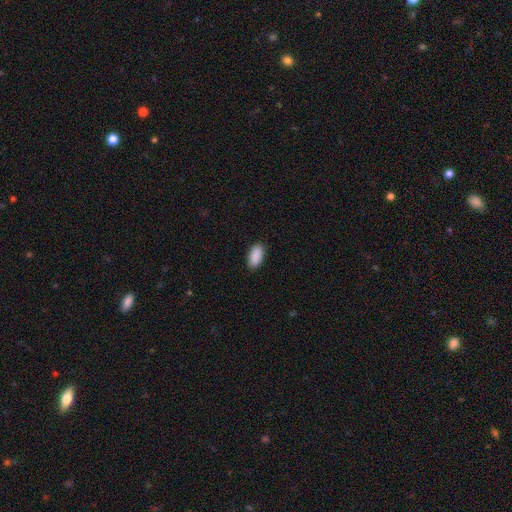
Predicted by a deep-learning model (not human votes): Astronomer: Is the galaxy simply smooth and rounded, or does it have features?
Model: smooth — 91%.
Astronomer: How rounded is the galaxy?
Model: in between — 93%.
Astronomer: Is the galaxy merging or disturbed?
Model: none — 89%.